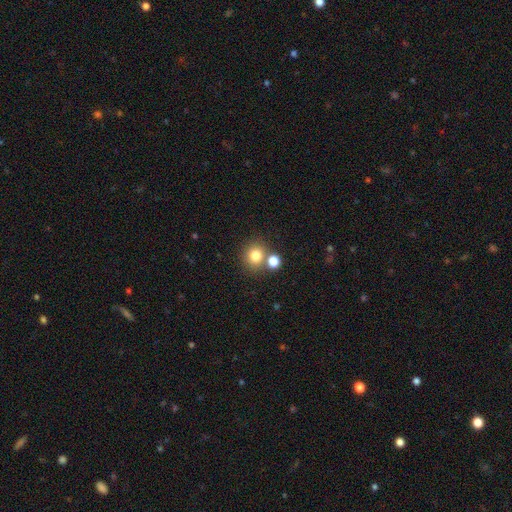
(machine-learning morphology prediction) A smooth galaxy with no disk features (79%) that is round (86%). Merging: none (67%).